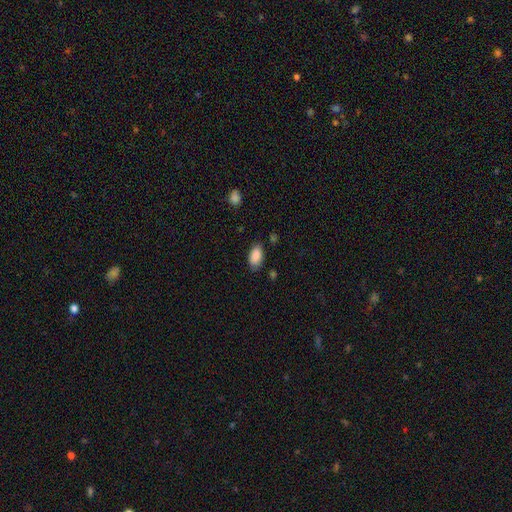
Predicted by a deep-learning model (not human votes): Morphology: type=smooth (88%); roundness=in between (93%); merging=none (77%).